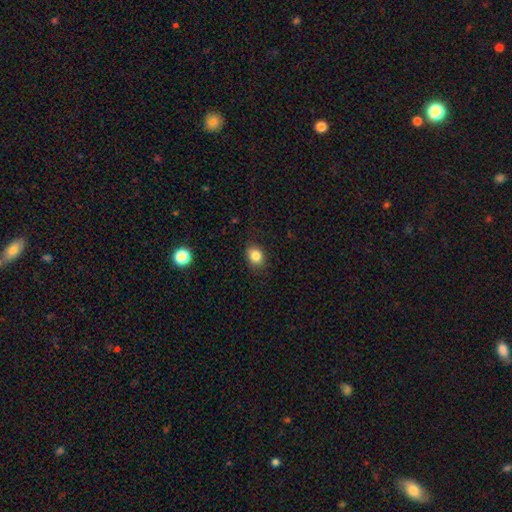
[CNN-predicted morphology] smooth-or-featured: smooth: 83% | star or artifact: 11% | featured or disk: 6%
  how-rounded: round: 51% | in between: 48% | cigar-shaped: 1%
  merging: none: 81% | minor disturbance: 14% | major disturbance: 3% | merger: 1%